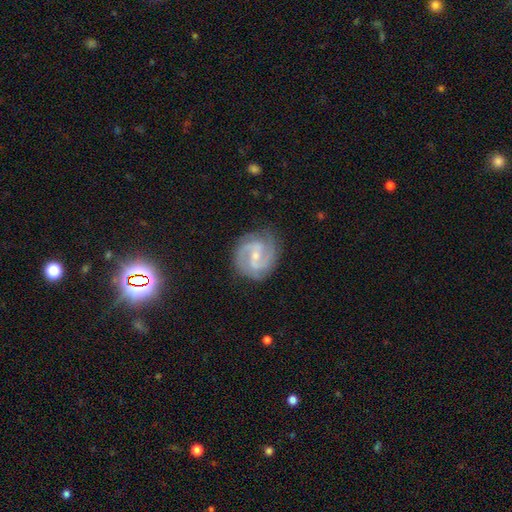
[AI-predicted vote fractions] Smooth or featured: featured or disk — 87% (smooth — 8%)
Edge-on disk: no — 98% (yes — 2%)
Bar: weak — 52% (strong — 26%)
Spiral arms: yes — 97% (no — 3%)
Spiral winding: medium — 52% (tight — 34%)
Spiral arm count: 2 — 76% (3 — 11%)
Bulge size: small — 63% (moderate — 32%)
Merging: none — 80% (minor disturbance — 14%)